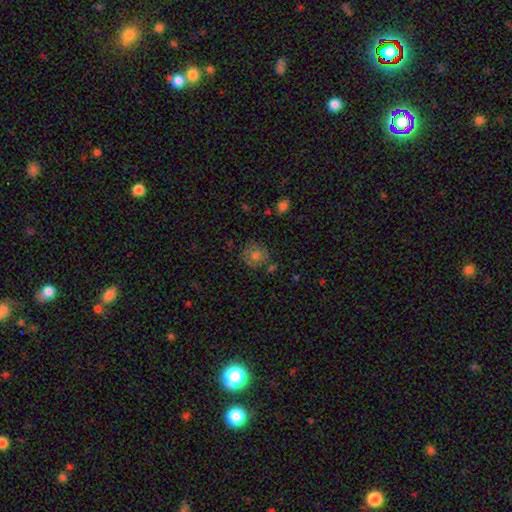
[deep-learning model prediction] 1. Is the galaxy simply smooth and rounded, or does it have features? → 63% smooth, 27% featured or disk, 10% star or artifact.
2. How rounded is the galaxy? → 87% round, 12% in between, 1% cigar-shaped.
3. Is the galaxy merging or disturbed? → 71% none, 18% minor disturbance, 6% major disturbance, 6% merger.